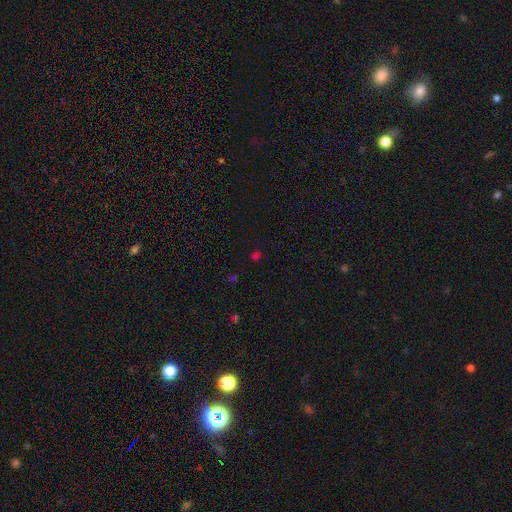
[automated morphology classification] This appears to be a smooth galaxy with no disk features (48%). Merging: none (78%).